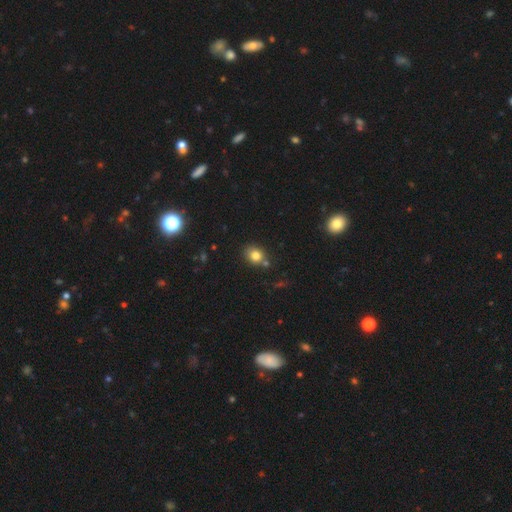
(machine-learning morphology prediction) This appears to be a smooth galaxy with no disk features (80%) that is round (66%). Merging: none (69%).